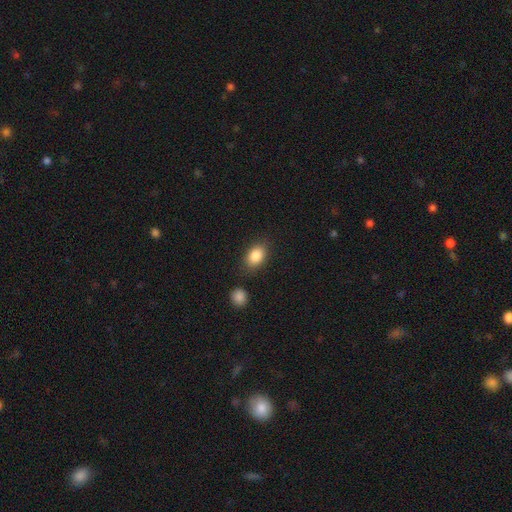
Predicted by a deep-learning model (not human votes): This is clearly a smooth galaxy (86%). How rounded: clearly in between (82%). Merging: likely none (78%).